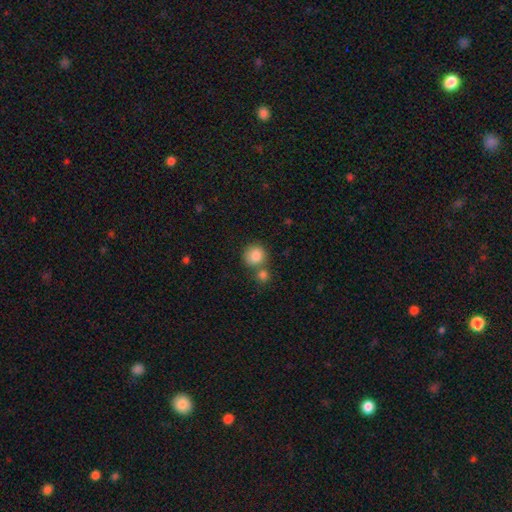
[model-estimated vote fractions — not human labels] Smooth or featured: smooth — 85% (star or artifact — 9%)
How rounded: round — 87% (in between — 12%)
Merging: none — 57% (merger — 29%)